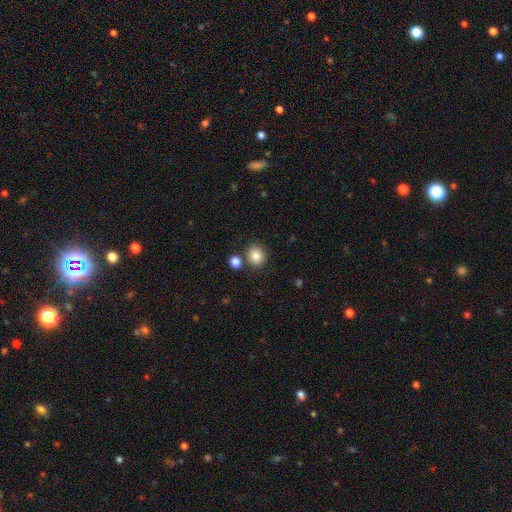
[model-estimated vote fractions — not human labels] This appears to be a smooth galaxy with no disk features (84%) that is round (82%). Merging: none (78%).